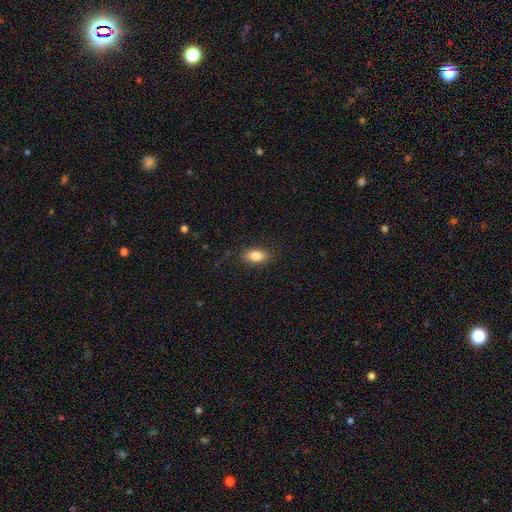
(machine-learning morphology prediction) smooth_or_featured: smooth (p=0.82) [alt: featured or disk p=0.10]
how_rounded: in between (p=0.88) [alt: round p=0.09]
merging: none (p=0.85) [alt: minor disturbance p=0.11]